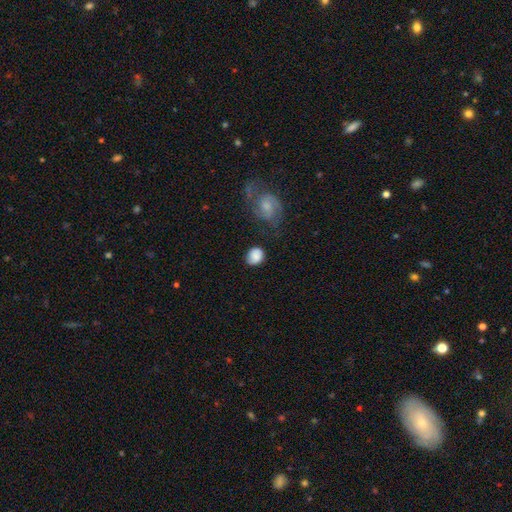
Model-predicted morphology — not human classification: Smooth or featured?
  - smooth: 82% *
  - featured or disk: 10%
  - star or artifact: 8%
How rounded?
  - round: 64% *
  - in between: 35%
  - cigar-shaped: 1%
Merging?
  - none: 64% *
  - minor disturbance: 23%
  - major disturbance: 7%
  - merger: 6%